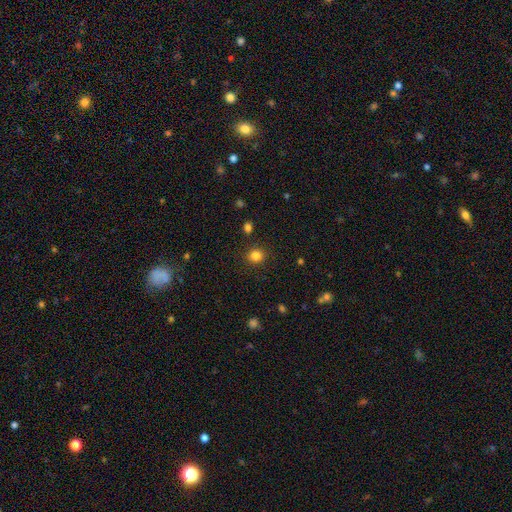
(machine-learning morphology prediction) Smooth or featured?
  - smooth: 83% *
  - star or artifact: 13%
  - featured or disk: 4%
How rounded?
  - round: 85% *
  - in between: 14%
  - cigar-shaped: 1%
Merging?
  - none: 89% *
  - minor disturbance: 7%
  - major disturbance: 2%
  - merger: 2%